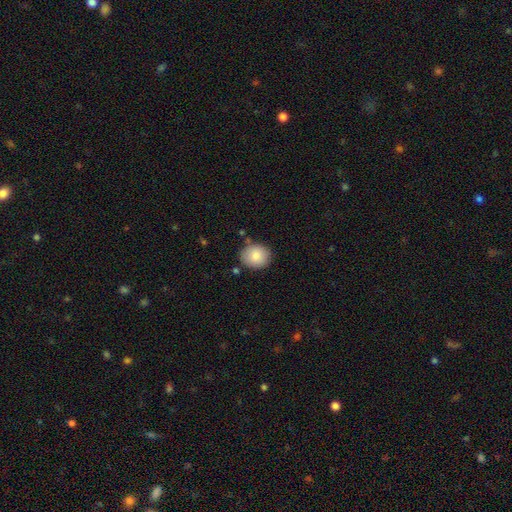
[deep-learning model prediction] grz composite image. It shows a smooth galaxy with no disk features (86%) that is round (70%). Merging: none (82%).